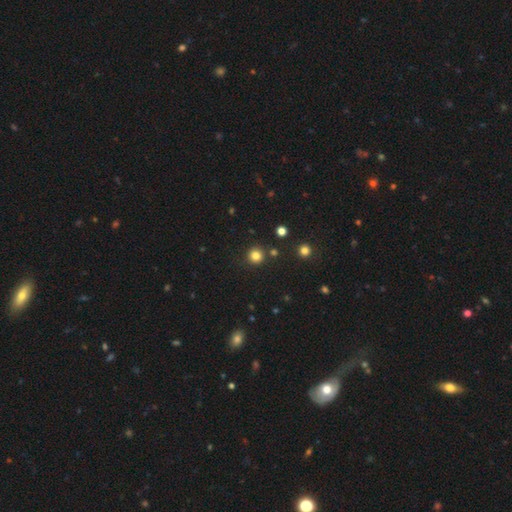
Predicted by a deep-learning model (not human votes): smooth-or-featured: smooth: 82% | star or artifact: 14% | featured or disk: 4%
  how-rounded: round: 94% | in between: 5% | cigar-shaped: 1%
  merging: none: 88% | minor disturbance: 6% | merger: 4% | major disturbance: 2%